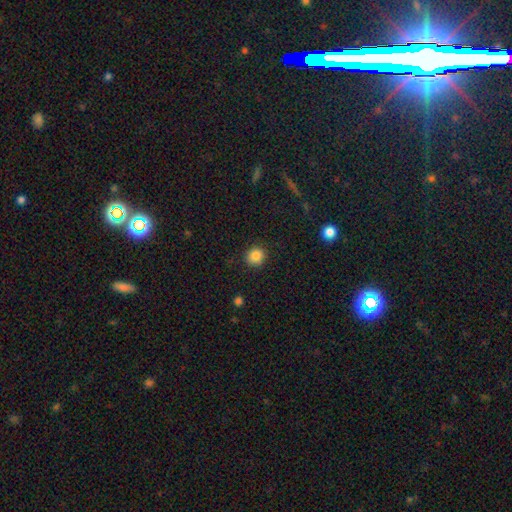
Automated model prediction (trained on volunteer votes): A smooth galaxy with no disk features (85%) that is round (89%). Merging: none (89%).